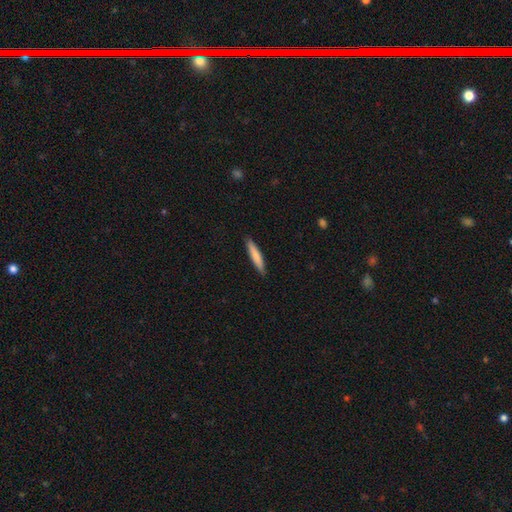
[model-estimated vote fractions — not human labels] smooth-or-featured: smooth: 79% | featured or disk: 16% | star or artifact: 5%
  how-rounded: cigar-shaped: 92% | in between: 7% | round: 1%
  merging: none: 90% | minor disturbance: 7% | major disturbance: 1% | merger: 1%